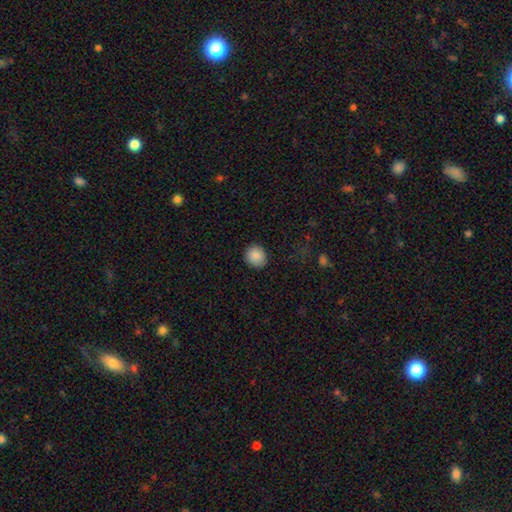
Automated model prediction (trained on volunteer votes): This is clearly a smooth galaxy (88%). How rounded: clearly round (85%). Merging: clearly none (90%).